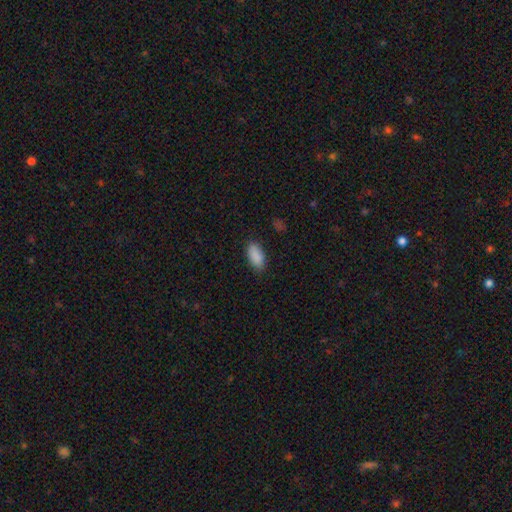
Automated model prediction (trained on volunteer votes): Overall: smooth (89%). How rounded: in between (92%). Merging: none (84%).